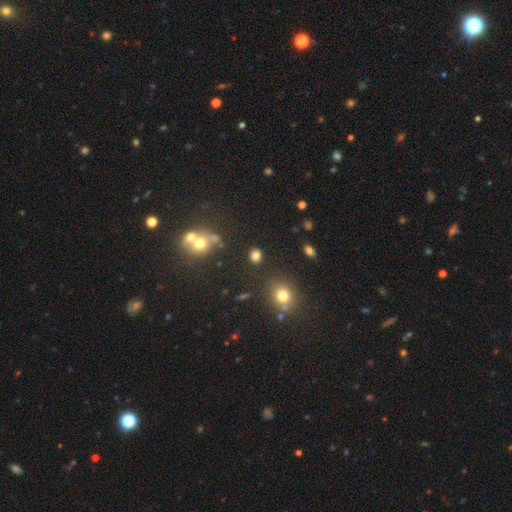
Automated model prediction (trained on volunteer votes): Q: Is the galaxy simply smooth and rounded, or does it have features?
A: smooth — 79%.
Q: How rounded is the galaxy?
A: round — 68%.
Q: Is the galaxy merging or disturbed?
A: none — 81%.